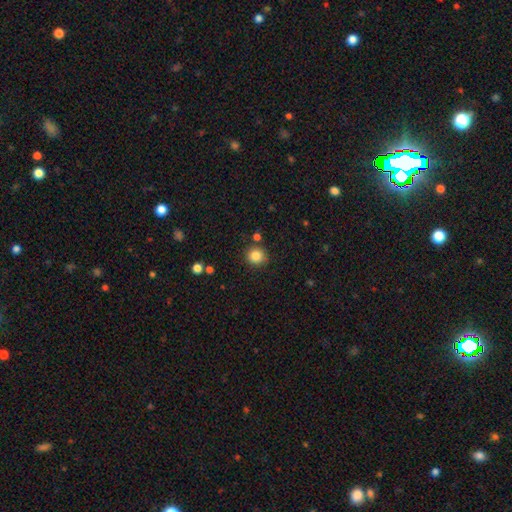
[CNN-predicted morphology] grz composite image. It shows a smooth galaxy with no disk features (84%) that is round (90%). Merging: none (85%).